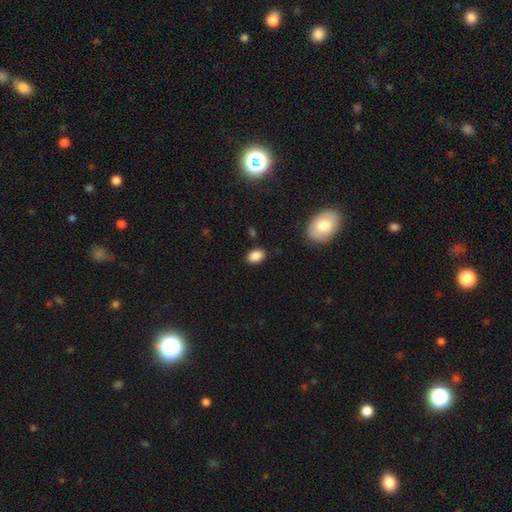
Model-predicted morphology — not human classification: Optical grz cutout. It shows a smooth galaxy with no disk features (87%) that is in between round and cigar-shaped (86%). Merging: none (85%).